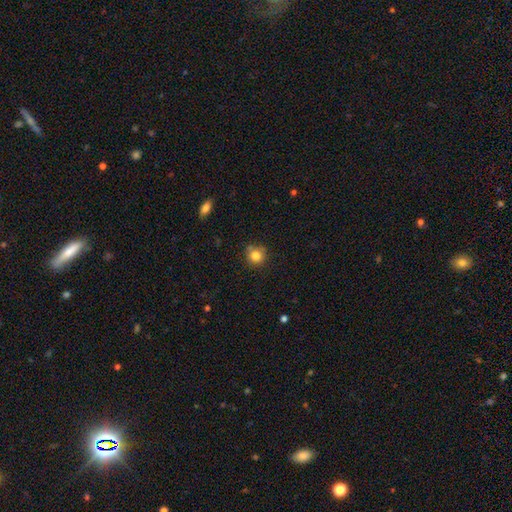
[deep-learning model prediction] Smooth or featured: smooth — 81% (star or artifact — 12%)
How rounded: round — 91% (in between — 8%)
Merging: none — 76% (minor disturbance — 15%)